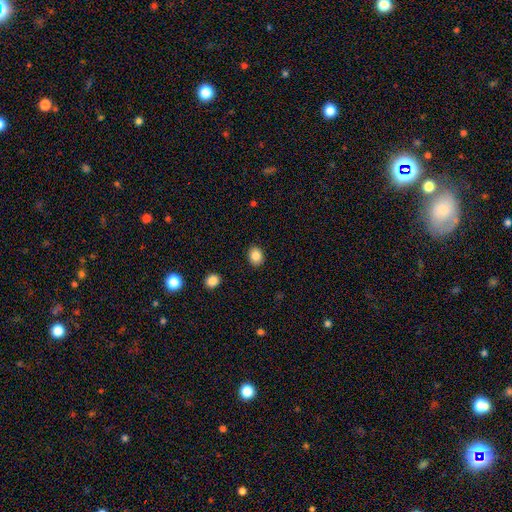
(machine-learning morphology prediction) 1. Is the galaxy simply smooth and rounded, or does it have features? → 85% smooth, 9% star or artifact, 5% featured or disk.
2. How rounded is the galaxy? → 53% round, 46% in between, 1% cigar-shaped.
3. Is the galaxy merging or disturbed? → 89% none, 8% minor disturbance, 2% major disturbance, 1% merger.